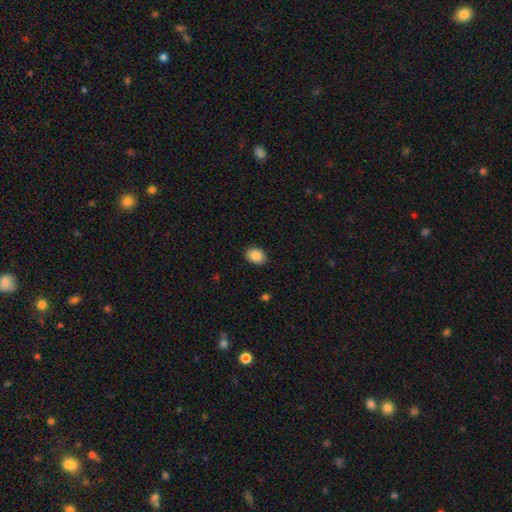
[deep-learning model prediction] A smooth galaxy with no disk features (88%) that is in between round and cigar-shaped (66%). Merging: none (89%).